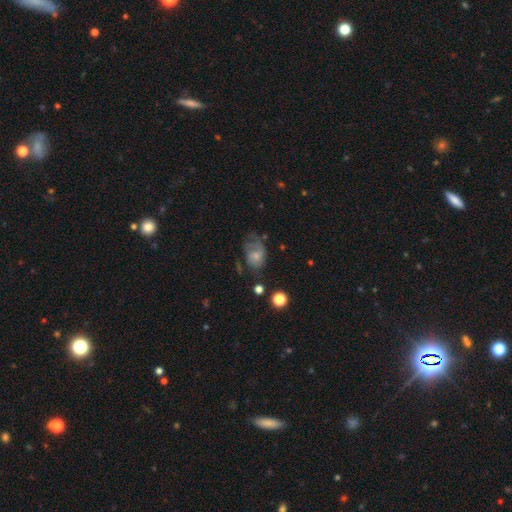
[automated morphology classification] This is possibly a smooth galaxy (52%). How rounded: likely in between (72%). Merging: marginally none (34%).